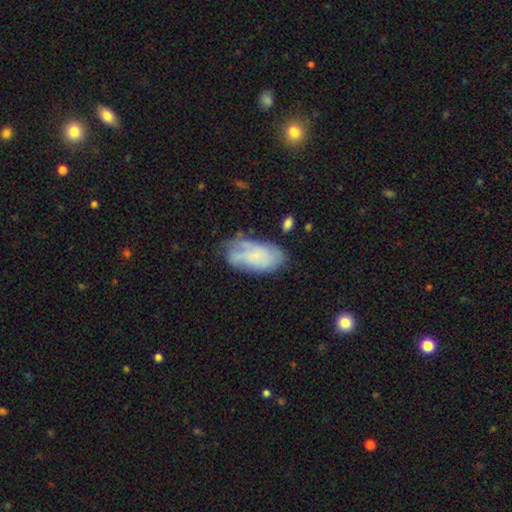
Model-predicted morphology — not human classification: Smooth or featured?
  - smooth: 47% *
  - featured or disk: 45%
  - star or artifact: 8%
Merging?
  - none: 53% *
  - minor disturbance: 30%
  - major disturbance: 13%
  - merger: 4%